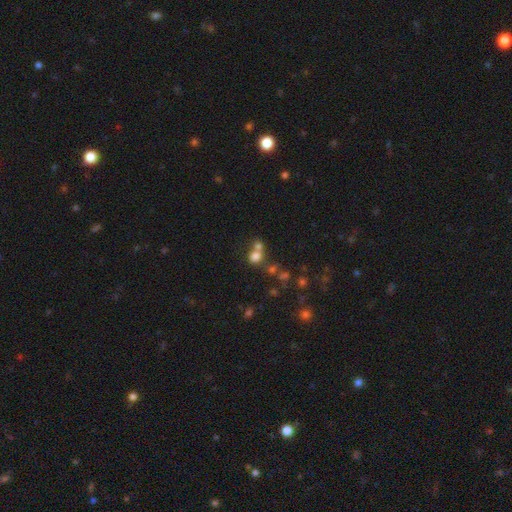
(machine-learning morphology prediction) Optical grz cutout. It shows a smooth galaxy with no disk features (71%) that is round (69%). Merging: merger (48%).